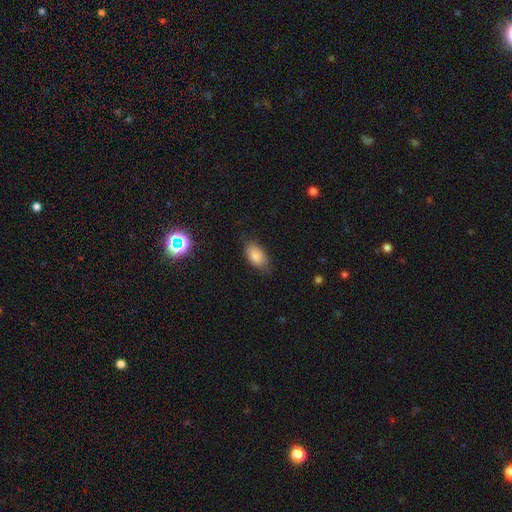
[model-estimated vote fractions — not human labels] This is clearly a smooth galaxy (82%). How rounded: clearly in between (92%). Merging: likely none (75%).